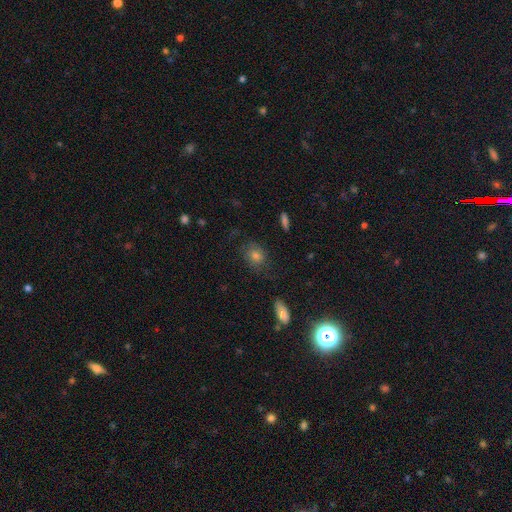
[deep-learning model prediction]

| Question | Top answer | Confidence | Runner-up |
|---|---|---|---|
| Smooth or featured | smooth | 56% | featured or disk (22%) |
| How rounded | round | 56% | in between (42%) |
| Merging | none | 70% | minor disturbance (19%) |